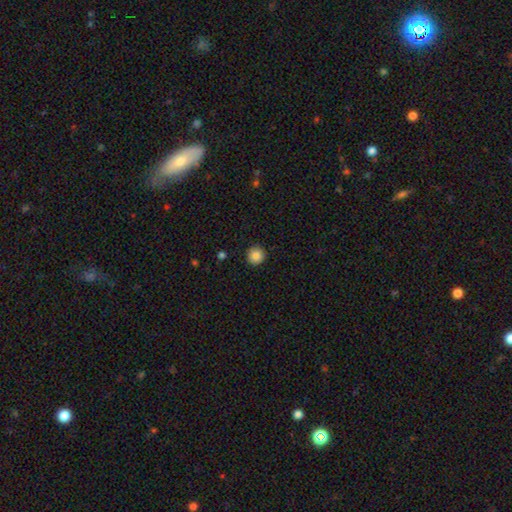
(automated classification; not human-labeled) Q: Smooth or featured?
A: smooth (87%); runner-up: star or artifact (9%)
Q: How rounded?
A: round (96%); runner-up: in between (3%)
Q: Merging?
A: none (93%); runner-up: minor disturbance (5%)